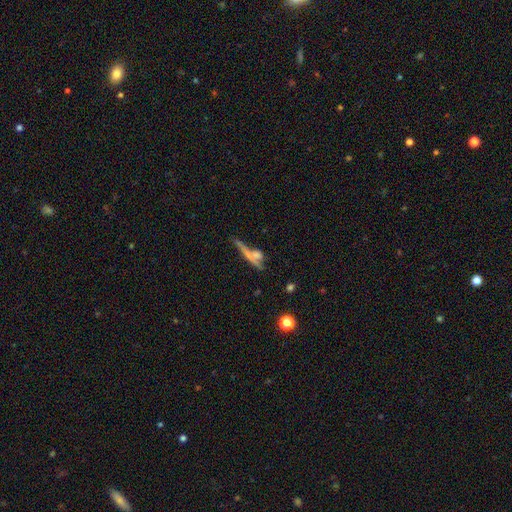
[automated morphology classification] smooth-or-featured: smooth: 50% | featured or disk: 38% | star or artifact: 12%
  merging: none: 39% | merger: 38% | minor disturbance: 13% | major disturbance: 10%